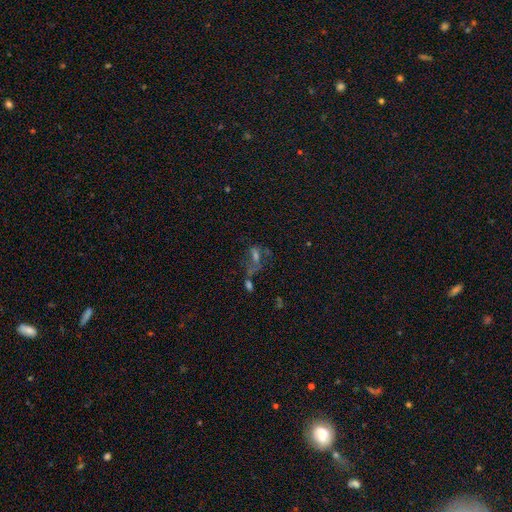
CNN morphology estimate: The model was most divided on "smooth or featured": star or artifact: 39%, featured or disk: 36%, smooth: 25%.